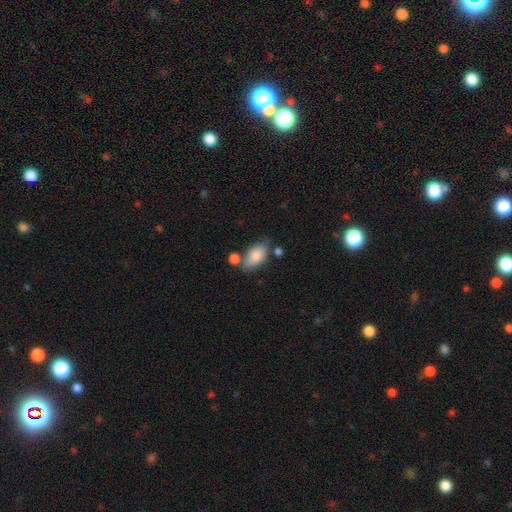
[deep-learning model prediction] Overall: smooth (83%). How rounded: in between (91%). Merging: none (58%; minor disturbance 20%).